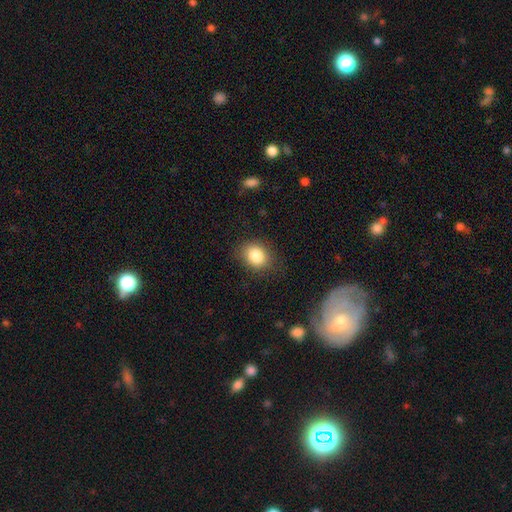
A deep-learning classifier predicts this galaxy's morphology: Overall: smooth (84%). How rounded: round (57%; in between 42%). Merging: none (83%).